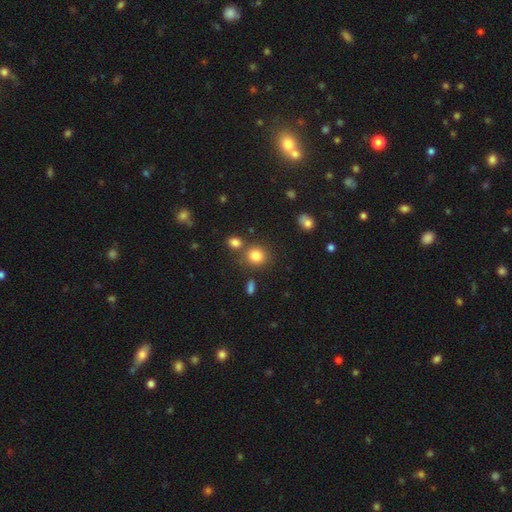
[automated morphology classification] This is clearly a smooth galaxy (82%). How rounded: clearly round (80%). Merging: likely none (71%).